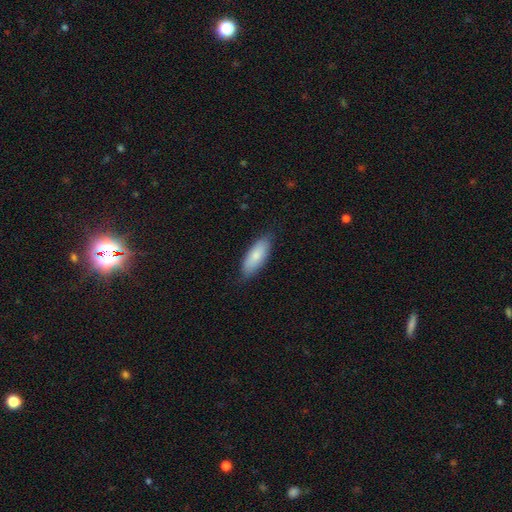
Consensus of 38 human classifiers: Overall: smooth (71%). How rounded: in between (96%). Merging: none (80%).